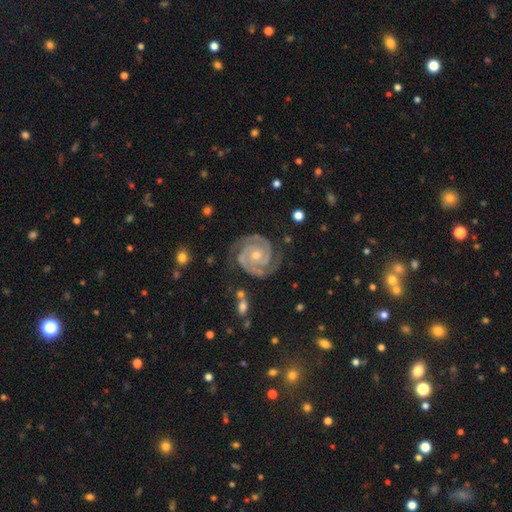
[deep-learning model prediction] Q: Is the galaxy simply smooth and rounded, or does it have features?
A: featured or disk — 93%.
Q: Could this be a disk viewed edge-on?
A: no — 98%.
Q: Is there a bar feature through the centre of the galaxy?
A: no — 75%.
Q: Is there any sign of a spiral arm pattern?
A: yes — 99%.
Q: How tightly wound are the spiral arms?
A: tight — 74%.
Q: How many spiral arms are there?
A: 2 — 89%.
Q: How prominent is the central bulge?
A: small — 52%.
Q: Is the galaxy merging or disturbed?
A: none — 80%.